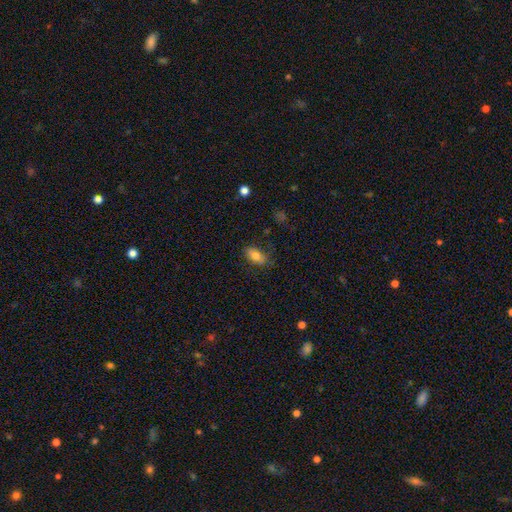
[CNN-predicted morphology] Smooth or featured?
  - smooth: 79% *
  - featured or disk: 12%
  - star or artifact: 9%
How rounded?
  - in between: 89% *
  - round: 6%
  - cigar-shaped: 5%
Merging?
  - none: 79% *
  - minor disturbance: 16%
  - major disturbance: 4%
  - merger: 1%